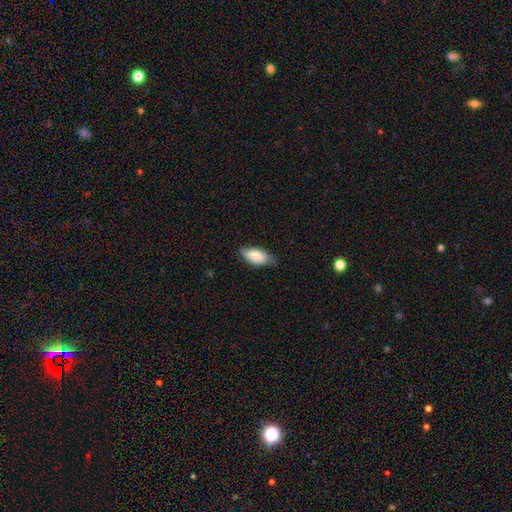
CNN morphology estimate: This is likely a smooth galaxy (77%). How rounded: clearly in between (90%). Merging: likely none (66%).